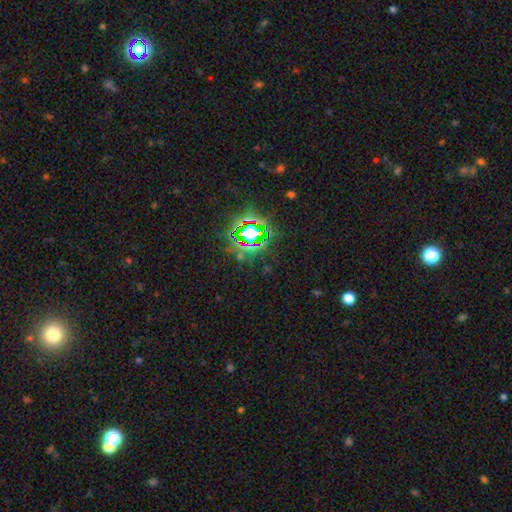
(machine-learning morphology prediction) This is clearly a star or artifact rather than a galaxy (81%).